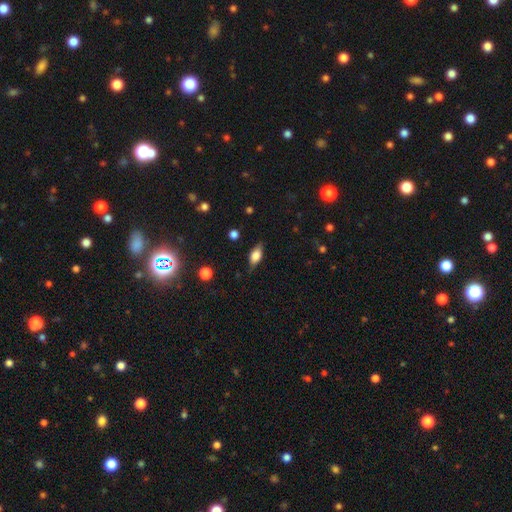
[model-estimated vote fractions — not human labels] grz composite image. It shows a smooth galaxy with no disk features (69%) that is in between round and cigar-shaped (83%). Merging: none (80%).